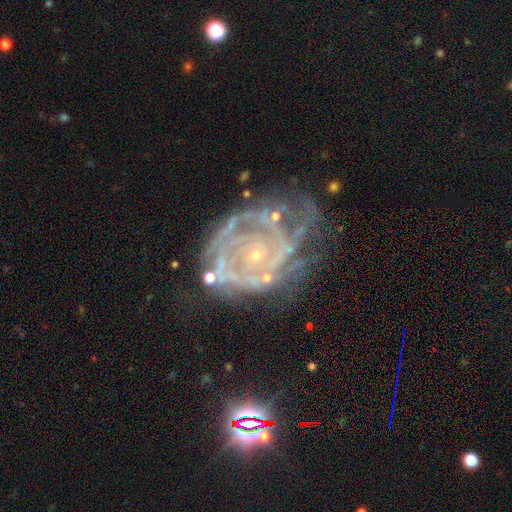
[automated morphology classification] smooth-or-featured: featured or disk: 84% | star or artifact: 9% | smooth: 7%
  disk-edge-on: no: 98% | yes: 2%
    bar: no: 80% | weak: 15% | strong: 5%
    has-spiral-arms: yes: 83% | no: 17%
      spiral-winding: tight: 64% | medium: 27% | loose: 9%
      spiral-arm-count: can't tell: 41% | 2: 22% | 3: 14% | 4: 8% | 1: 8% | more than 4: 7%
    bulge-size: small: 83% | moderate: 10% | none: 4% | large: 1% | dominant: 1%
  merging: none: 42% | minor disturbance: 28% | major disturbance: 25% | merger: 5%